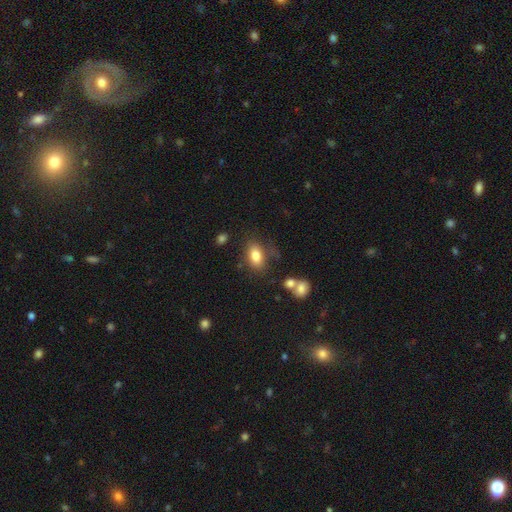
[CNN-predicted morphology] This is clearly a smooth galaxy (82%). How rounded: clearly in between (88%). Merging: likely none (71%).